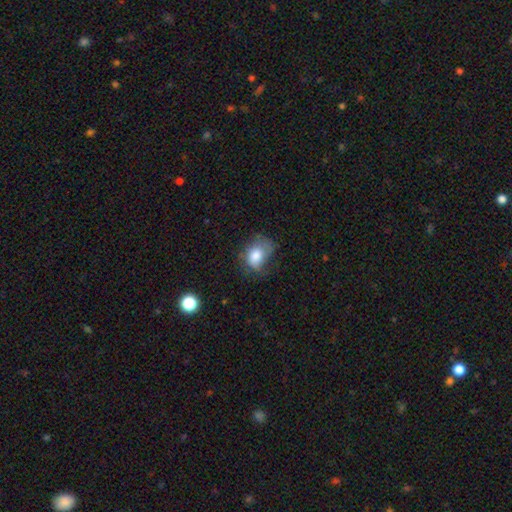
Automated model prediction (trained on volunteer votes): Overall: smooth (76%). How rounded: in between (68%; round 30%). Merging: none (43%; minor disturbance 33%).